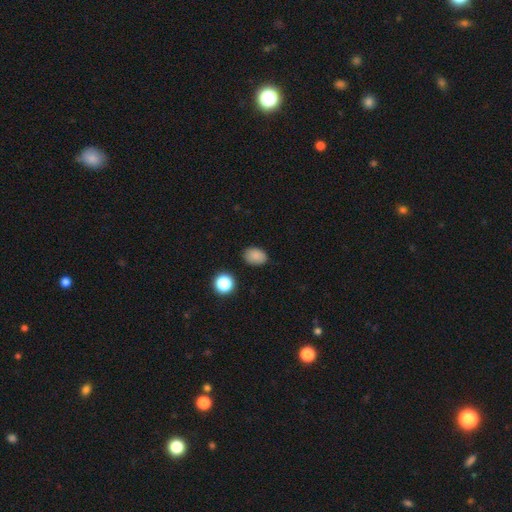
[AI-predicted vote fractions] Q: Smooth or featured?
A: smooth (84%); runner-up: star or artifact (11%)
Q: How rounded?
A: in between (75%); runner-up: round (24%)
Q: Merging?
A: none (84%); runner-up: minor disturbance (12%)